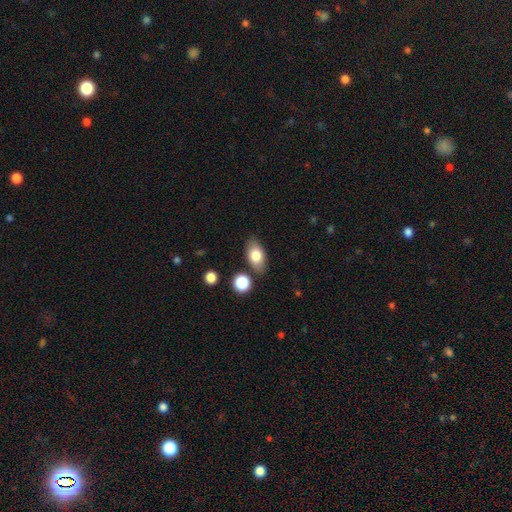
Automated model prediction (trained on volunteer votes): A smooth galaxy with no disk features (79%) that is in between round and cigar-shaped (90%). Merging: none (80%).